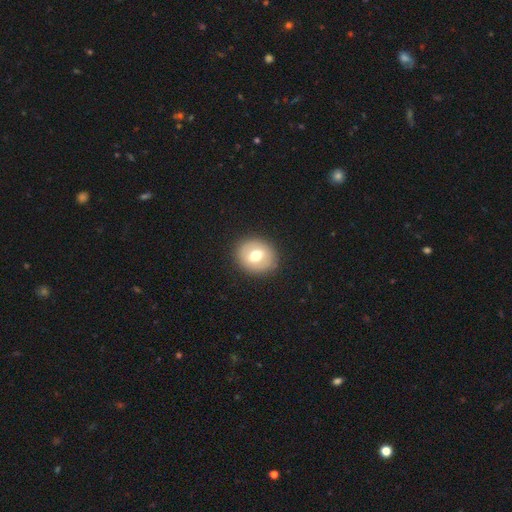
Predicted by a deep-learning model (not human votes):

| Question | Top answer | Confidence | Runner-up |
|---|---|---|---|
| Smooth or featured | smooth | 62% | featured or disk (29%) |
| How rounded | round | 73% | in between (26%) |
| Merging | none | 89% | minor disturbance (8%) |